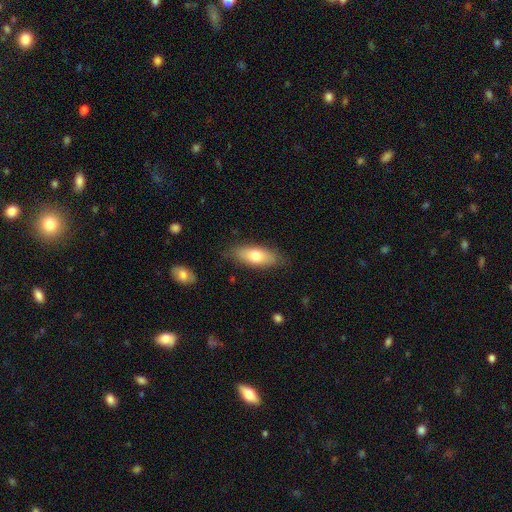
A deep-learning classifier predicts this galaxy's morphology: A smooth galaxy with no disk features (72%) that is in between round and cigar-shaped (75%). Merging: none (81%).